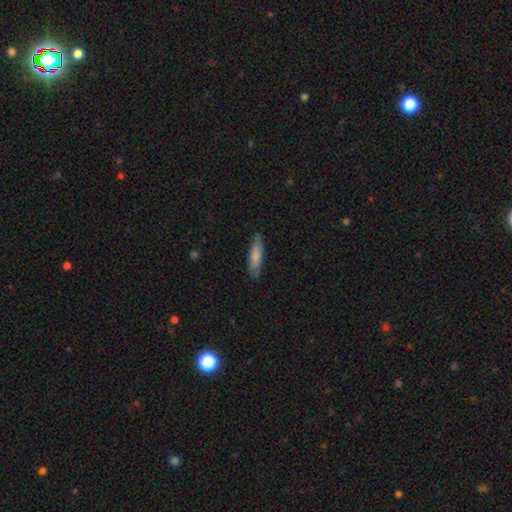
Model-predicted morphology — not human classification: smooth_or_featured: smooth (p=0.80) [alt: featured or disk p=0.15]
how_rounded: cigar-shaped (p=0.63) [alt: in between p=0.35]
merging: none (p=0.82) [alt: minor disturbance p=0.15]